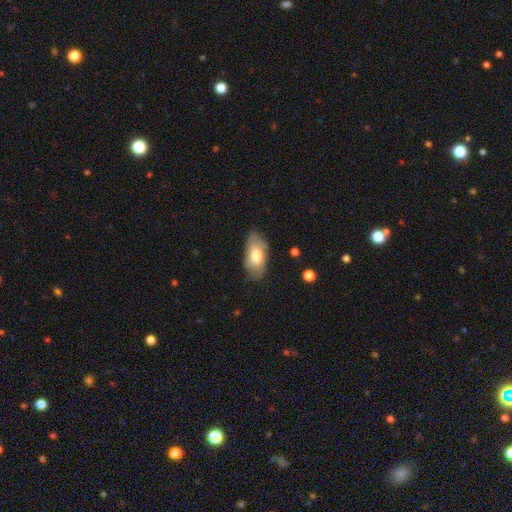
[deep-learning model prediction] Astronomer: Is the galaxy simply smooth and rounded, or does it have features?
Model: smooth — 73%.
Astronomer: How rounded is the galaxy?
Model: in between — 91%.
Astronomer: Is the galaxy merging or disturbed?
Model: none — 71%.